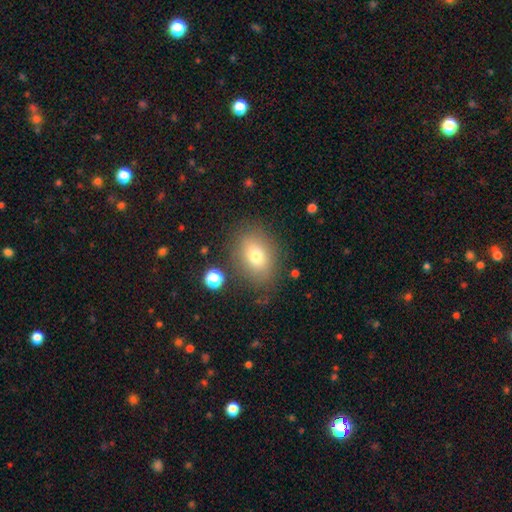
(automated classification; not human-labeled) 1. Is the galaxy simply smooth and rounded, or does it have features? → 74% smooth, 14% featured or disk, 12% star or artifact.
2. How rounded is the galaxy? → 63% in between, 36% round, 1% cigar-shaped.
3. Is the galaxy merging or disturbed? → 77% none, 14% minor disturbance, 6% major disturbance, 3% merger.